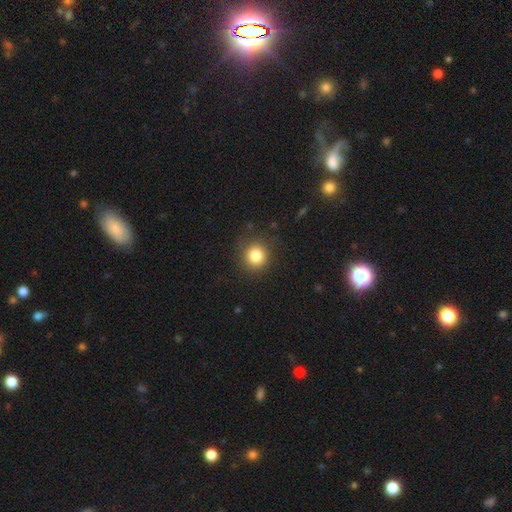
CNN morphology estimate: Smooth or featured: smooth — 83% (star or artifact — 11%)
How rounded: round — 91% (in between — 8%)
Merging: none — 85% (minor disturbance — 10%)